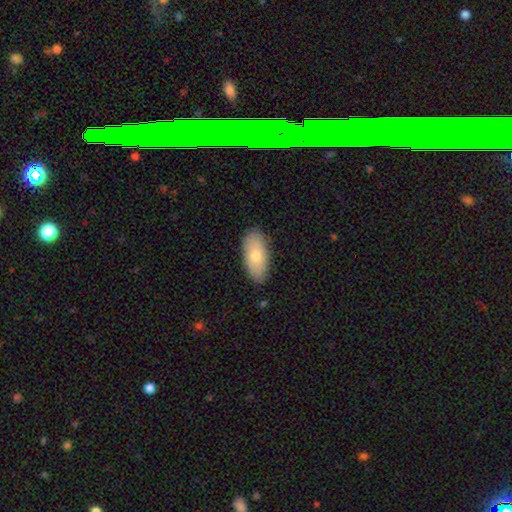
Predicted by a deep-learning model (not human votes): The model was most divided on "smooth or featured": smooth: 72%, featured or disk: 22%, star or artifact: 6%. More confident: how rounded — in between (91%); merging — none (85%).